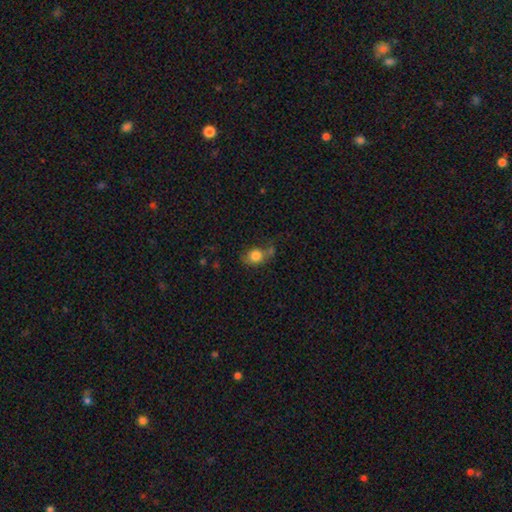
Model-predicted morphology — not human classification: This appears to be a smooth galaxy with no disk features (81%) that is round (57%). Merging: none (48%).